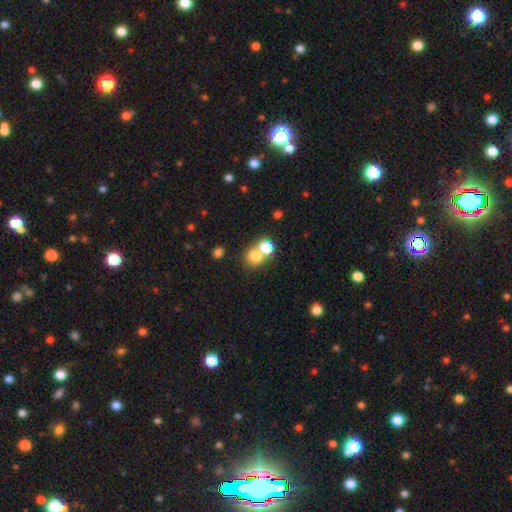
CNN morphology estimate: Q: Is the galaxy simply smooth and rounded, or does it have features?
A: smooth — 75%.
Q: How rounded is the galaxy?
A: round — 76%.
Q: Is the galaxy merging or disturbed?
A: merger — 50%.